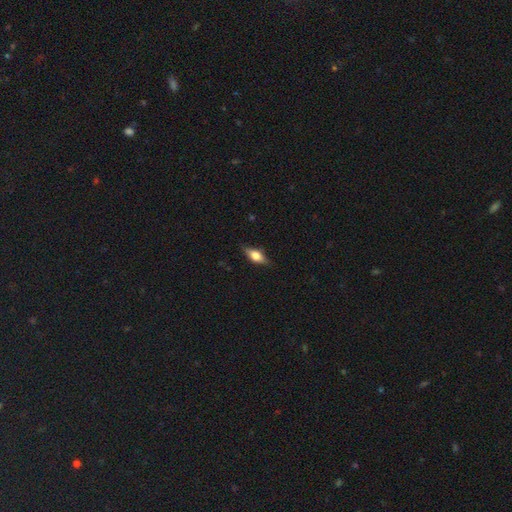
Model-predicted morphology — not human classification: type=smooth (56%); roundness=in between (74%); merging=none (81%).